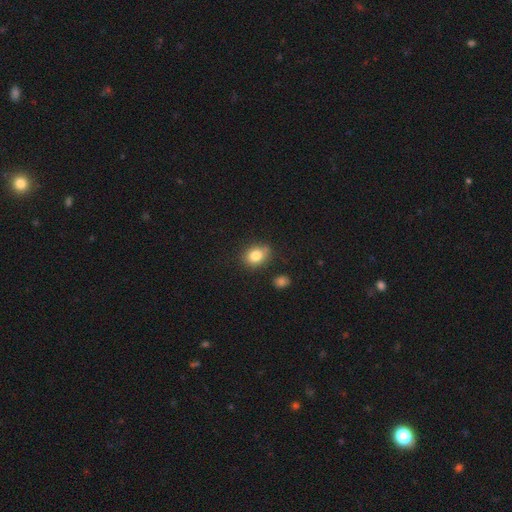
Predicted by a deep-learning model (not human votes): Smooth or featured: smooth — 83% (star or artifact — 10%)
How rounded: in between — 54% (round — 45%)
Merging: none — 74% (minor disturbance — 18%)